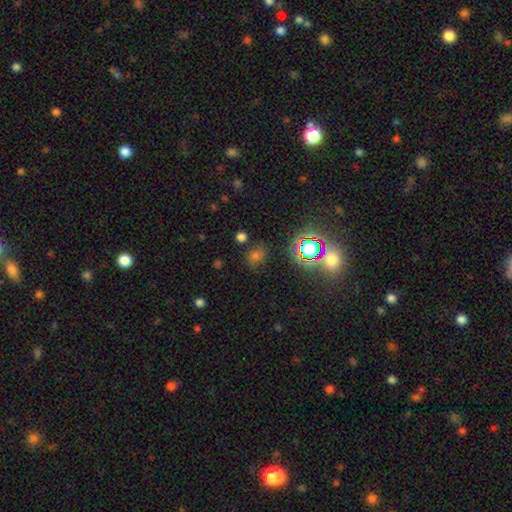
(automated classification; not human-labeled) Morphology: type=smooth (53%); roundness=in between (56%); merging=none (74%).